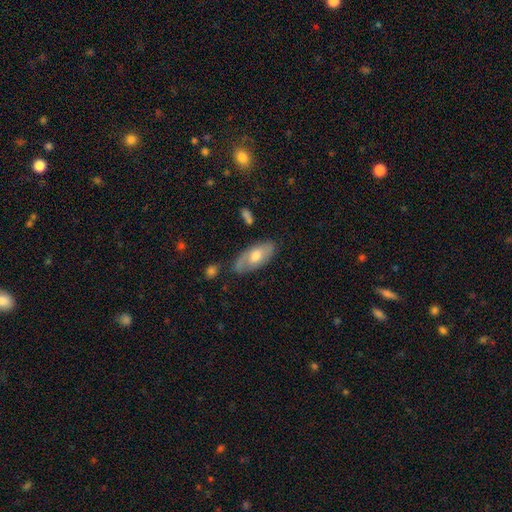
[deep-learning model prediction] Q: Smooth or featured?
A: smooth (49%); runner-up: featured or disk (45%)
Q: Merging?
A: none (72%); runner-up: minor disturbance (20%)